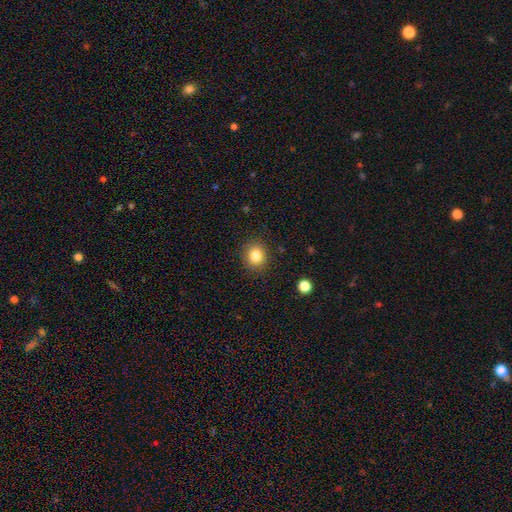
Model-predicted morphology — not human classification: smooth 82%, star or artifact 11%, featured or disk 7%. Down the decision tree: how rounded — round (81%); merging — none (89%).